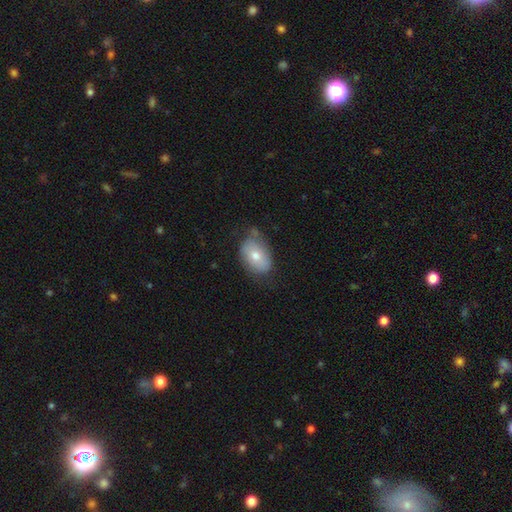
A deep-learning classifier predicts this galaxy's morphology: This is likely a smooth galaxy (70%). How rounded: clearly in between (82%). Merging: possibly none (56%).